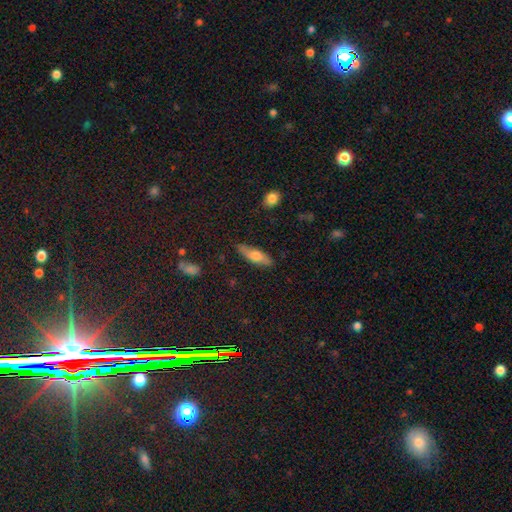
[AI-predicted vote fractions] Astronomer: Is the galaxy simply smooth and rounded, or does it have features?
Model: smooth — 66%.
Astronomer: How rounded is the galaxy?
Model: in between — 50% (runner-up: cigar-shaped, 48%).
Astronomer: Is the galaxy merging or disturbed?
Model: none — 84%.